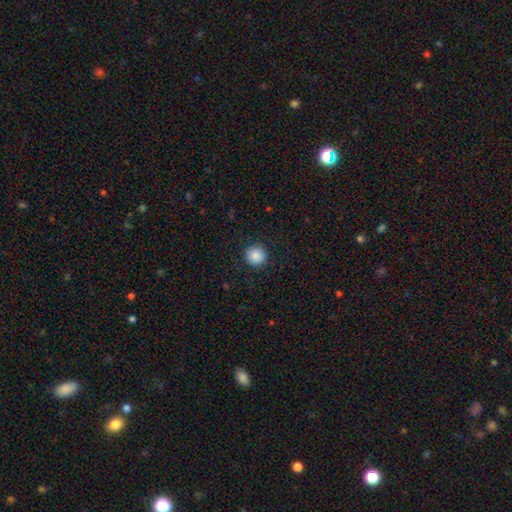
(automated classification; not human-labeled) Smooth or featured?
  - smooth: 87% *
  - star or artifact: 9%
  - featured or disk: 4%
How rounded?
  - round: 94% *
  - in between: 5%
  - cigar-shaped: 1%
Merging?
  - none: 91% *
  - minor disturbance: 6%
  - major disturbance: 2%
  - merger: 1%